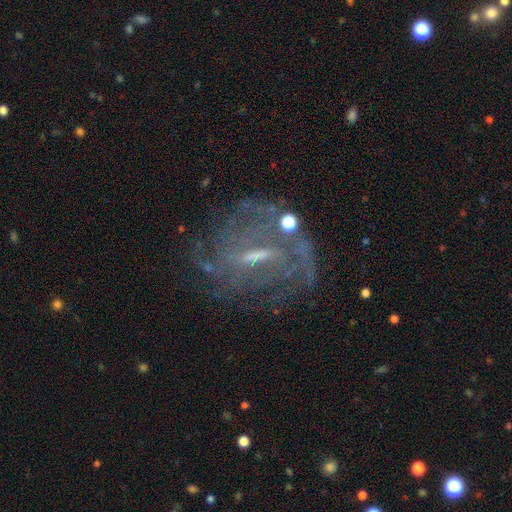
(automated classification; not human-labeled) smooth_or_featured: featured or disk (p=0.80) [alt: star or artifact p=0.10]
disk_edge_on: no (p=0.93) [alt: yes p=0.07]
bar: weak (p=0.44) [alt: strong p=0.40]
has_spiral_arms: yes (p=0.80) [alt: no p=0.20]
spiral_winding: tight (p=0.49) [alt: medium p=0.35]
spiral_arm_count: can't tell (p=0.48) [alt: 2 p=0.16]
bulge_size: small (p=0.41) [alt: moderate p=0.35]
merging: none (p=0.62) [alt: minor disturbance p=0.17]